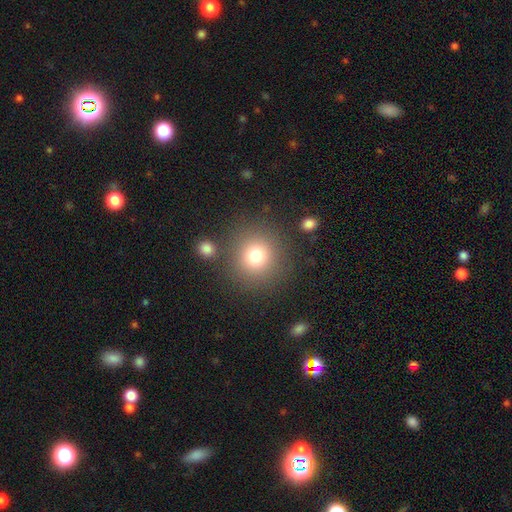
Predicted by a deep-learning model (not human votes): A smooth galaxy with no disk features (76%) that is round (92%). Merging: none (83%).